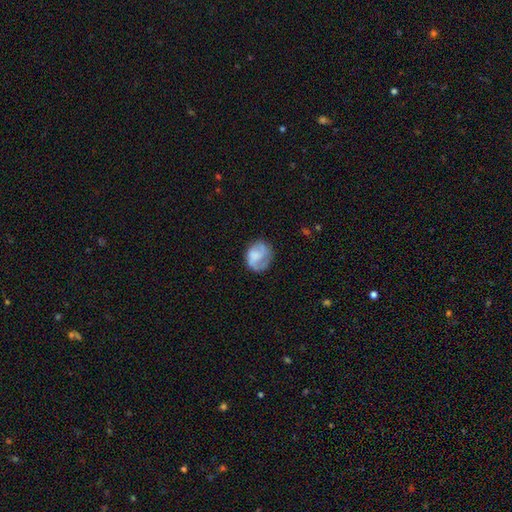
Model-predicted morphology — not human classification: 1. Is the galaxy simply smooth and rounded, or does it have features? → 52% smooth, 40% featured or disk, 8% star or artifact.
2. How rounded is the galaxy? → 63% round, 36% in between, 1% cigar-shaped.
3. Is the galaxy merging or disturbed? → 56% none, 25% minor disturbance, 17% major disturbance, 2% merger.